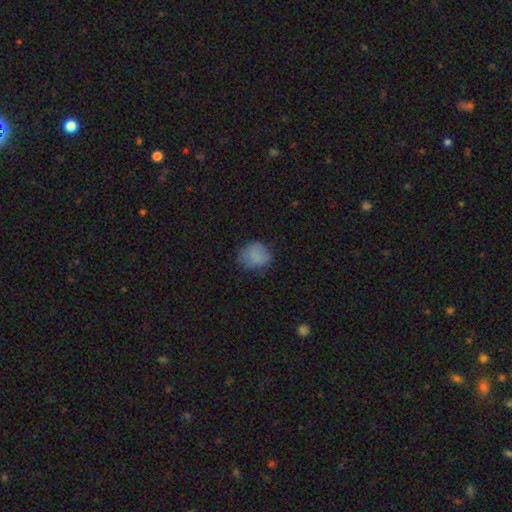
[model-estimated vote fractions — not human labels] A smooth galaxy with no disk features (78%) that is round (75%). Merging: none (62%).